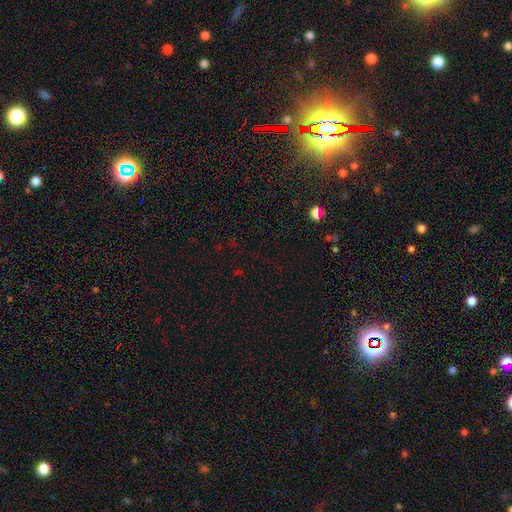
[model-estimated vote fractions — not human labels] This appears to be a star or artifact, not a galaxy (67%).